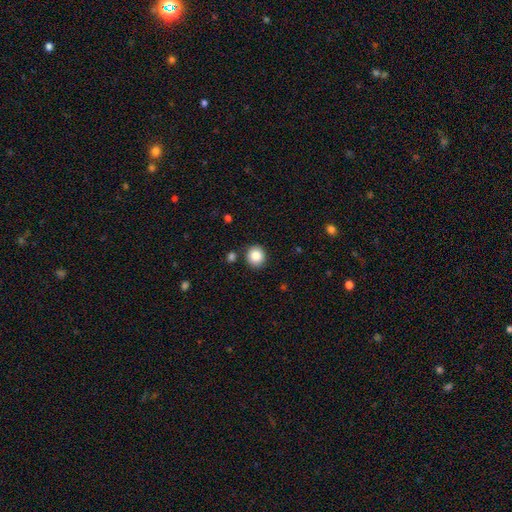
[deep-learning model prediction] The model was most divided on "how rounded": round: 86%, in between: 13%, cigar-shaped: 1%. More confident: merging — none (87%); smooth or featured — smooth (86%).